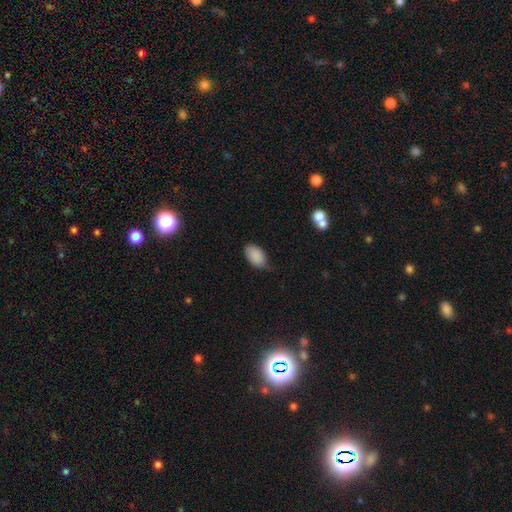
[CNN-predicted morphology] type=smooth (88%); roundness=in between (93%); merging=none (63%).